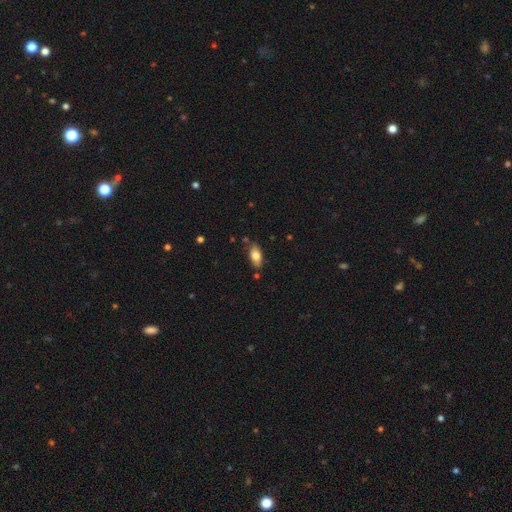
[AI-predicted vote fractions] Smooth or featured? Predicted: smooth (p=0.77). How rounded? Predicted: in between (p=0.89). Merging? Predicted: none (p=0.80).